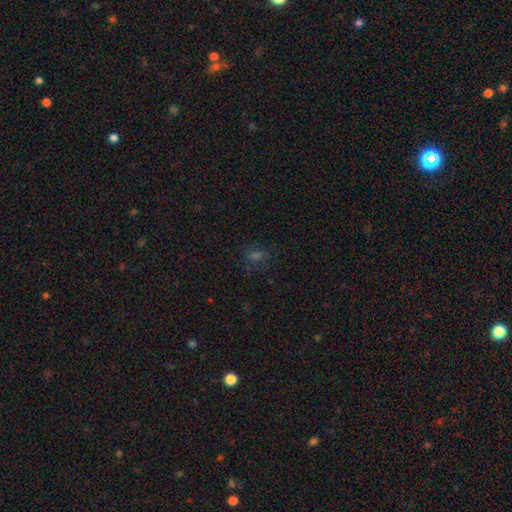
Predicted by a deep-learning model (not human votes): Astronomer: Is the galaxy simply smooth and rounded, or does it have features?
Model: smooth — 45% (runner-up: star or artifact, 42%).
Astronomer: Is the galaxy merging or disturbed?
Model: none — 74%.